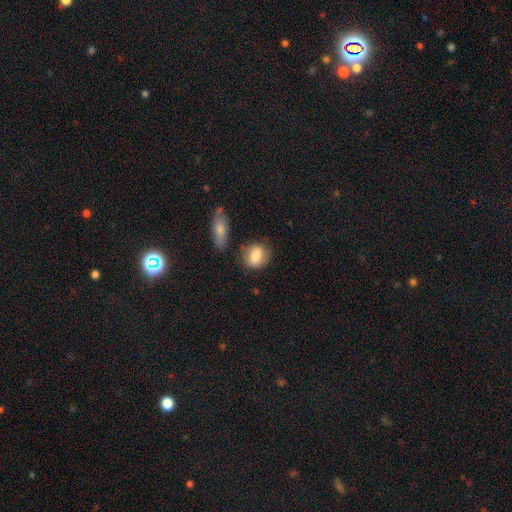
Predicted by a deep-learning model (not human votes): Smooth or featured? smooth (81%)
How rounded? in between (52%)
Merging? none (72%)